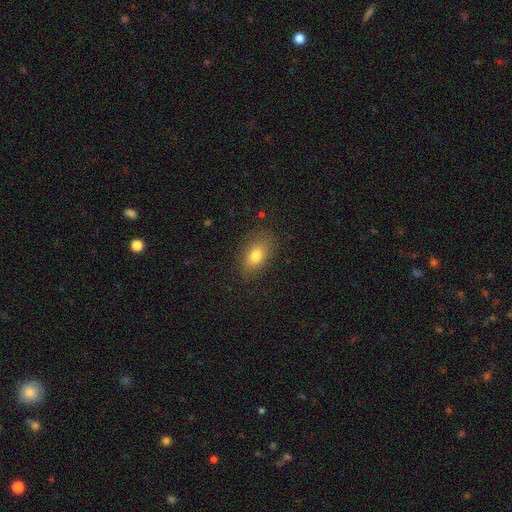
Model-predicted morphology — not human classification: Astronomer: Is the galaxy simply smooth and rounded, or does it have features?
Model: smooth — 77%.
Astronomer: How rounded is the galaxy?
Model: in between — 85%.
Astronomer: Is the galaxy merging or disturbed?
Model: none — 82%.